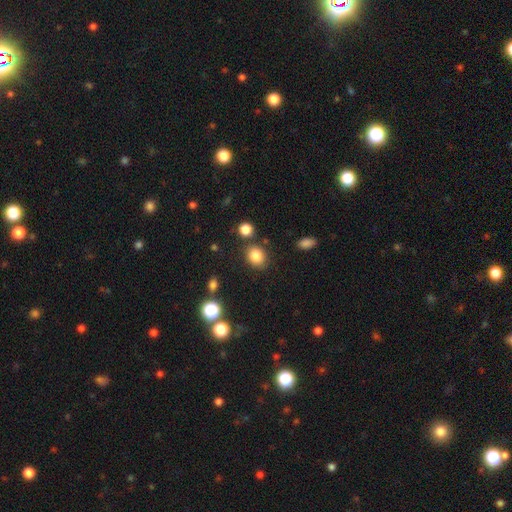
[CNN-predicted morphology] Smooth or featured: smooth — 83% (star or artifact — 11%)
How rounded: round — 60% (in between — 38%)
Merging: none — 80% (minor disturbance — 11%)